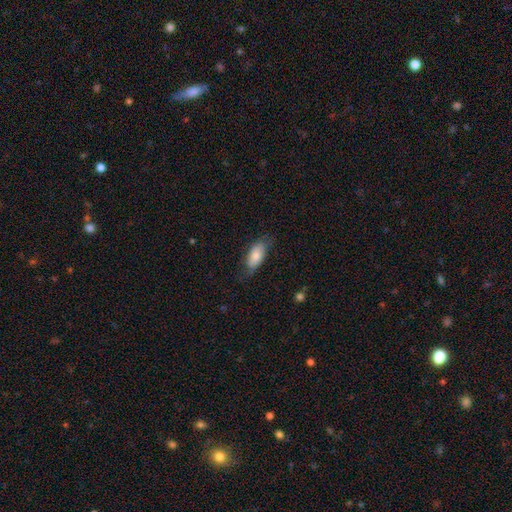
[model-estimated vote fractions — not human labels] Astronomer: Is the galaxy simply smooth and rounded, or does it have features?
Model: smooth — 75%.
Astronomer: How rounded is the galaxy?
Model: in between — 86%.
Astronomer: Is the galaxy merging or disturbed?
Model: none — 63%.